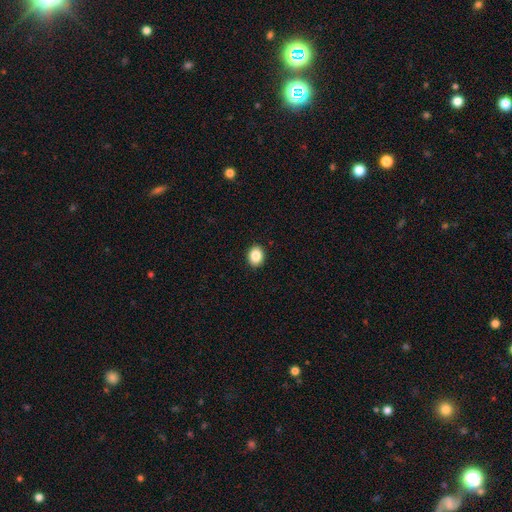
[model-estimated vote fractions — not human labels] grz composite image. It shows a smooth galaxy with no disk features (86%) that is in between round and cigar-shaped (51%). Merging: none (91%).